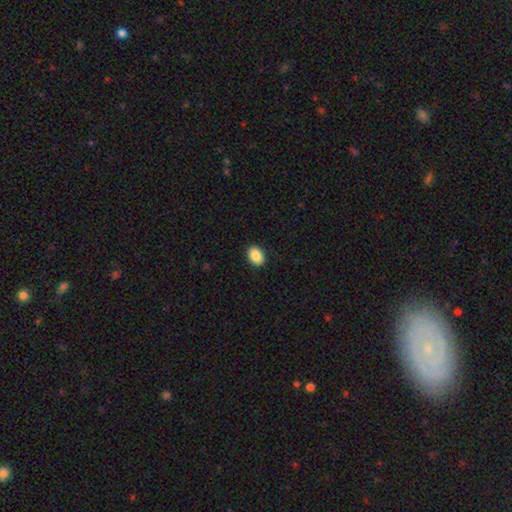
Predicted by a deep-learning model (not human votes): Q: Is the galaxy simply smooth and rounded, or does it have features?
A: smooth — 89%.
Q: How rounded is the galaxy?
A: in between — 77%.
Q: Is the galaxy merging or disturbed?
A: none — 90%.